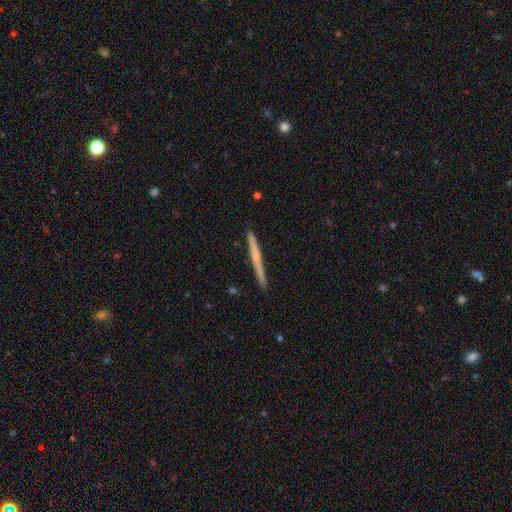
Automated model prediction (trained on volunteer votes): A featured or disk galaxy (54%) viewed edge-on (98%) with no central bulge (67%).

Vote fractions:
- Smooth or featured? featured or disk: 54% / smooth: 40% / star or artifact: 6%
- Edge-on disk? yes: 98% / no: 2%
- Edge-on bulge? none: 67% / rounded: 26% / boxy: 7%
- Merging? none: 91% / minor disturbance: 6% / major disturbance: 1% / merger: 1%